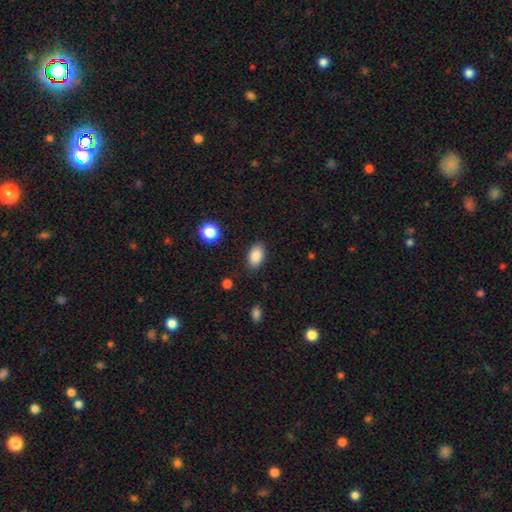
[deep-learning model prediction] Smooth or featured?
  - smooth: 87% *
  - star or artifact: 8%
  - featured or disk: 5%
How rounded?
  - in between: 91% *
  - round: 8%
  - cigar-shaped: 2%
Merging?
  - none: 86% *
  - minor disturbance: 10%
  - major disturbance: 3%
  - merger: 1%